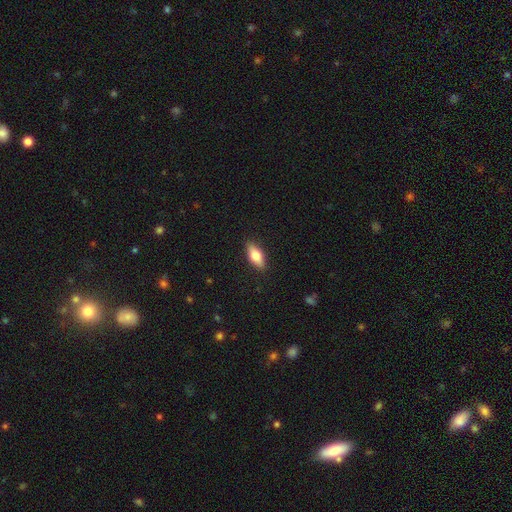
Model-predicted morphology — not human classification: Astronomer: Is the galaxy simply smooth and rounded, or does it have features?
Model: smooth — 69%.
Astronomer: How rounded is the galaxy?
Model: in between — 78%.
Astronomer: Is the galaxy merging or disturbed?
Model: none — 88%.